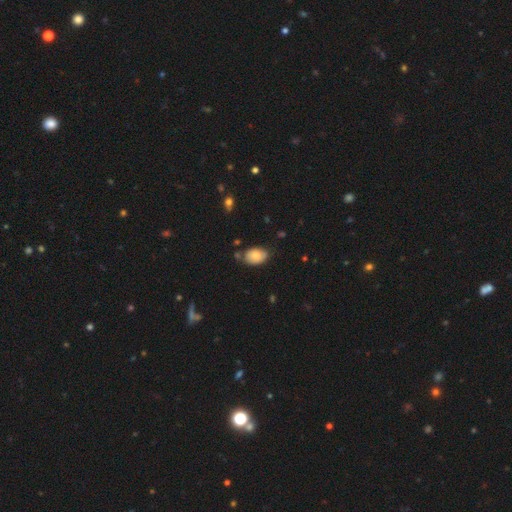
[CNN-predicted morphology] Smooth or featured?
  - smooth: 76% *
  - featured or disk: 17%
  - star or artifact: 7%
How rounded?
  - in between: 84% *
  - round: 15%
  - cigar-shaped: 1%
Merging?
  - none: 70% *
  - minor disturbance: 22%
  - merger: 4%
  - major disturbance: 4%